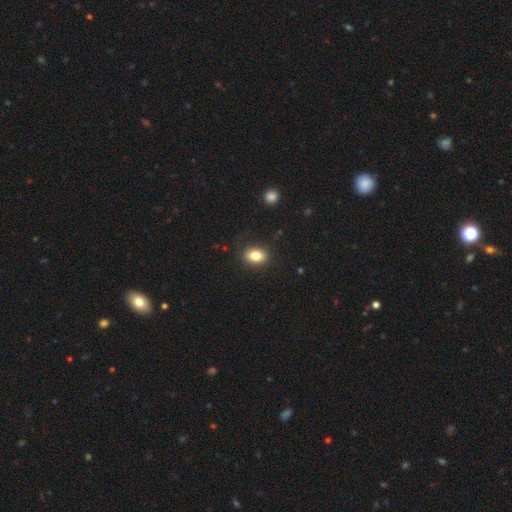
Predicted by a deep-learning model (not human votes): Morphology: type=smooth (83%); roundness=in between (70%); merging=none (87%).